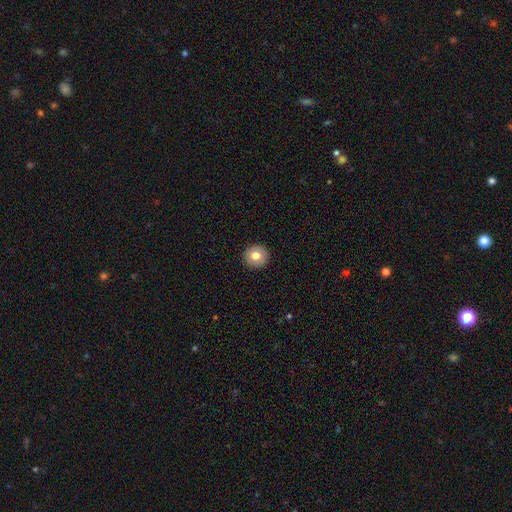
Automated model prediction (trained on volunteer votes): smooth 79%, featured or disk 12%, star or artifact 9%. Down the decision tree: how rounded — round (94%); merging — none (93%).